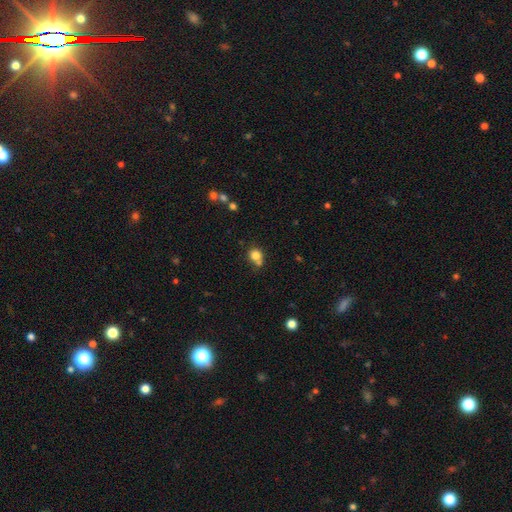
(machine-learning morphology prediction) A smooth galaxy with no disk features (80%) that is round (77%). Merging: none (53%).